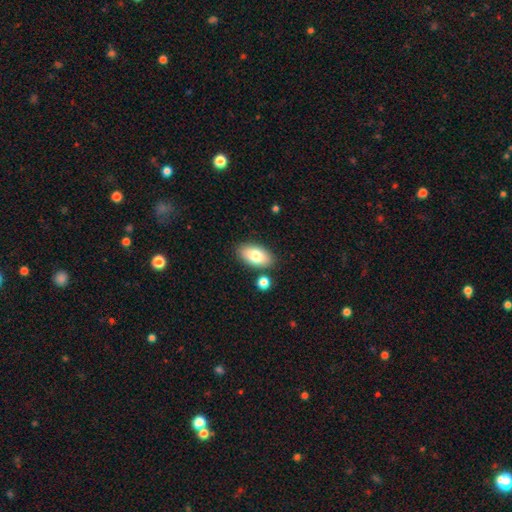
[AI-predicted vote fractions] This appears to be a smooth galaxy with no disk features (79%) that is in between round and cigar-shaped (93%). Merging: none (83%).